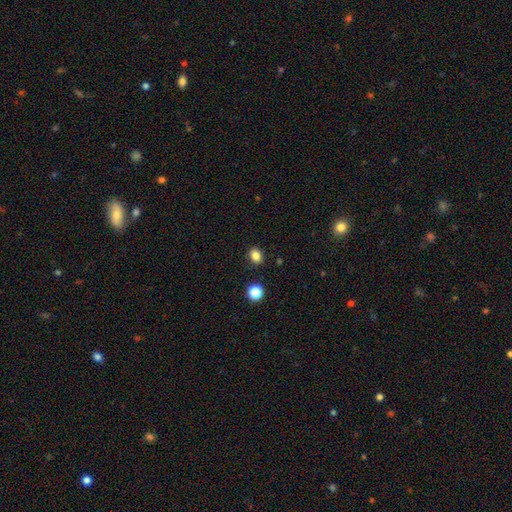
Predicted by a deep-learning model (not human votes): A smooth galaxy with no disk features (84%) that is in between round and cigar-shaped (53%).

Vote fractions:
- Smooth or featured? smooth: 84% / star or artifact: 12% / featured or disk: 4%
- How rounded? in between: 53% / round: 46% / cigar-shaped: 1%
- Merging? none: 87% / minor disturbance: 8% / major disturbance: 2% / merger: 2%